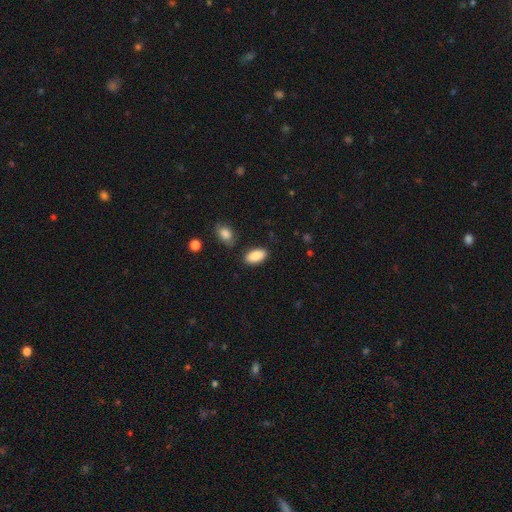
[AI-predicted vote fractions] smooth-or-featured: smooth: 89% | star or artifact: 7% | featured or disk: 4%
  how-rounded: in between: 93% | cigar-shaped: 5% | round: 3%
  merging: none: 84% | minor disturbance: 10% | merger: 3% | major disturbance: 3%